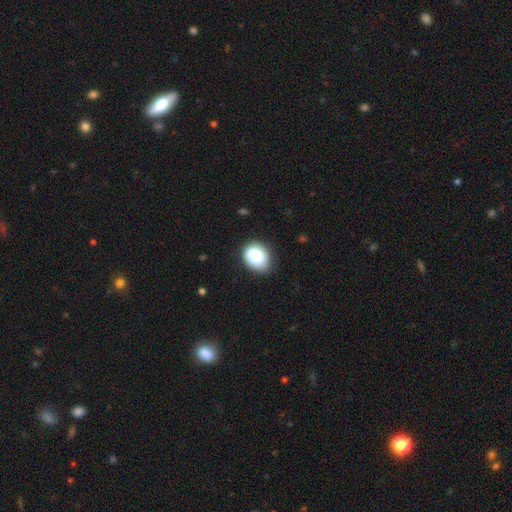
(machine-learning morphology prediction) smooth-or-featured: smooth: 83% | featured or disk: 9% | star or artifact: 8%
  how-rounded: in between: 51% | round: 48% | cigar-shaped: 1%
  merging: none: 77% | minor disturbance: 18% | major disturbance: 4% | merger: 1%